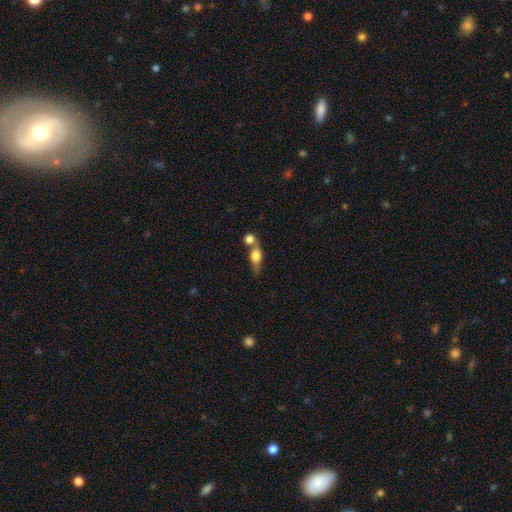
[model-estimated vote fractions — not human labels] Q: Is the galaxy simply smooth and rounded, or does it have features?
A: smooth — 67%.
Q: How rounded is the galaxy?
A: in between — 57%.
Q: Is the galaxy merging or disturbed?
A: merger — 49%.